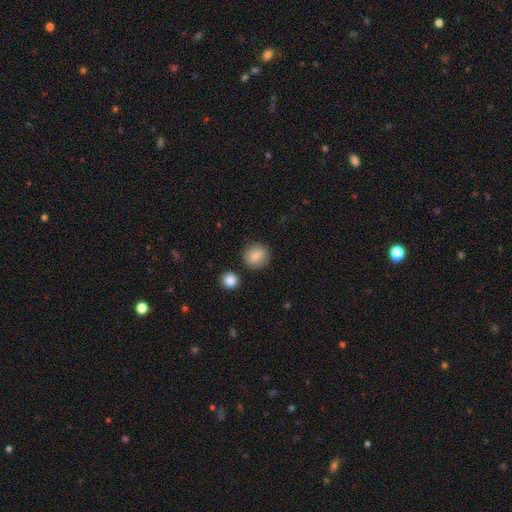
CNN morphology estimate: smooth-or-featured: smooth: 86% | star or artifact: 8% | featured or disk: 6%
  how-rounded: round: 87% | in between: 12% | cigar-shaped: 1%
  merging: none: 86% | minor disturbance: 8% | merger: 3% | major disturbance: 2%